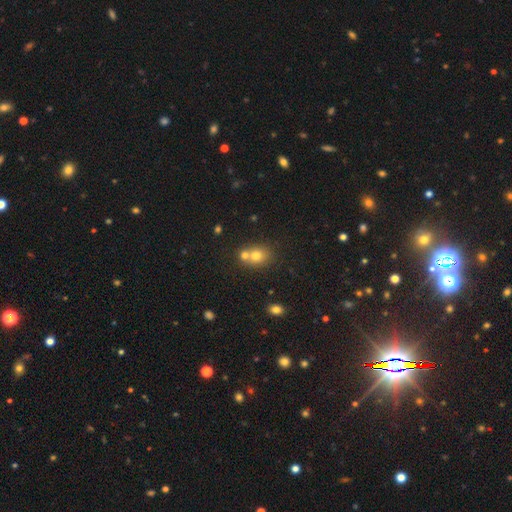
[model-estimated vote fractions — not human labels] A smooth galaxy with no disk features (72%) that is round (68%).

Vote fractions:
- Smooth or featured? smooth: 72% / star or artifact: 15% / featured or disk: 13%
- How rounded? round: 68% / in between: 31% / cigar-shaped: 1%
- Merging? none: 45% / merger: 44% / minor disturbance: 8% / major disturbance: 3%